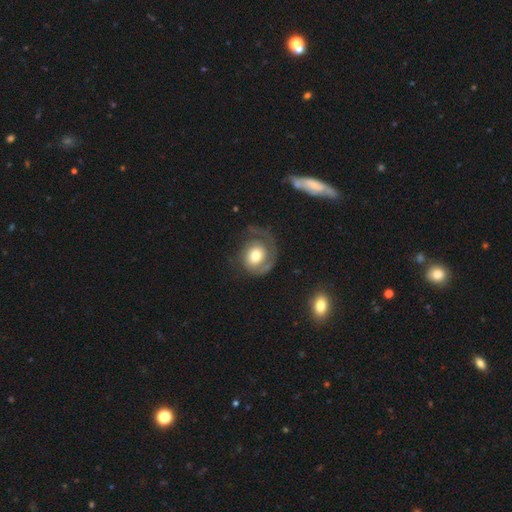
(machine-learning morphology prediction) smooth_or_featured: featured or disk (p=0.65) [alt: smooth p=0.29]
disk_edge_on: no (p=0.97) [alt: yes p=0.03]
bar: no (p=0.78) [alt: weak p=0.18]
has_spiral_arms: yes (p=0.87) [alt: no p=0.13]
spiral_winding: tight (p=0.49) [alt: medium p=0.32]
spiral_arm_count: 1 (p=0.66) [alt: 2 p=0.22]
bulge_size: moderate (p=0.58) [alt: large p=0.27]
merging: none (p=0.53) [alt: major disturbance p=0.25]